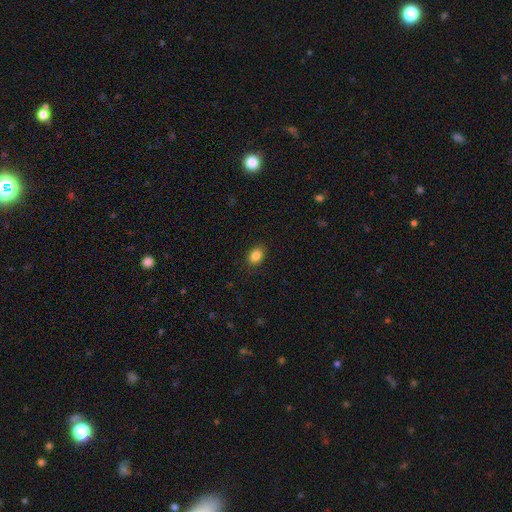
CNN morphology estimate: Overall: smooth (86%). How rounded: in between (76%). Merging: none (89%).